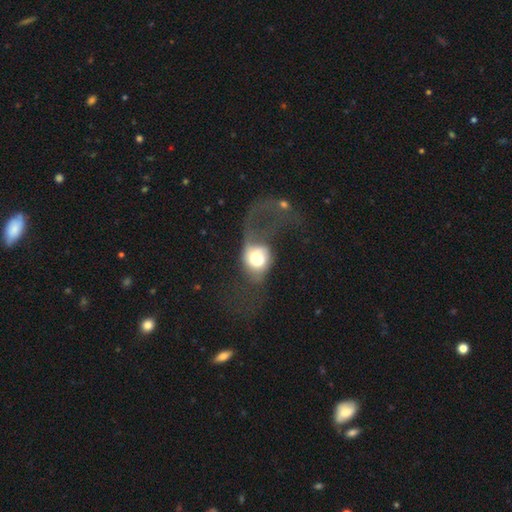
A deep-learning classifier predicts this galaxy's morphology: smooth_or_featured: smooth (p=0.55) [alt: featured or disk p=0.36]
how_rounded: round (p=0.58) [alt: in between p=0.41]
merging: major disturbance (p=0.66) [alt: none p=0.14]